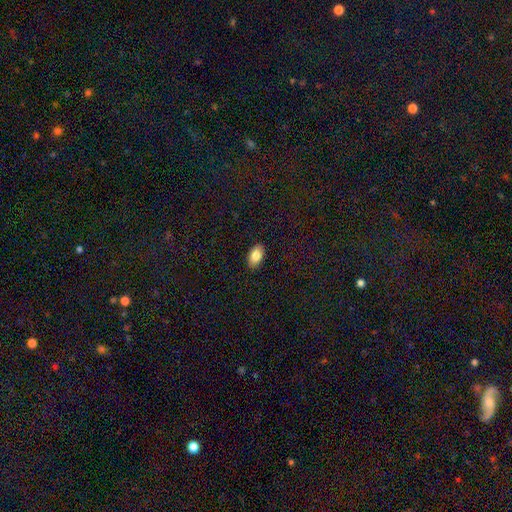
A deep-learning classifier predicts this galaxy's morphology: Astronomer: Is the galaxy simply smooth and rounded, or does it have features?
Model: smooth — 84%.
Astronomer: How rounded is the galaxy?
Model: in between — 93%.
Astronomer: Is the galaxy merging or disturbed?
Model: none — 90%.